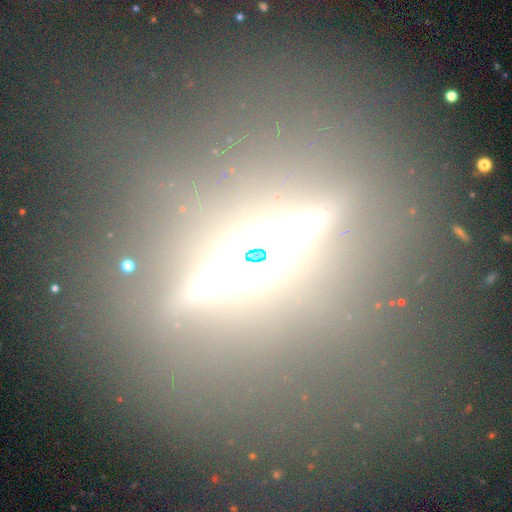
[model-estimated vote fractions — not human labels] Smooth or featured?
  - featured or disk: 67% *
  - star or artifact: 22%
  - smooth: 11%
Edge-on disk?
  - yes: 82% *
  - no: 18%
Edge-on bulge?
  - rounded: 69% *
  - boxy: 16%
  - none: 15%
Merging?
  - none: 79% *
  - minor disturbance: 10%
  - major disturbance: 10%
  - merger: 2%